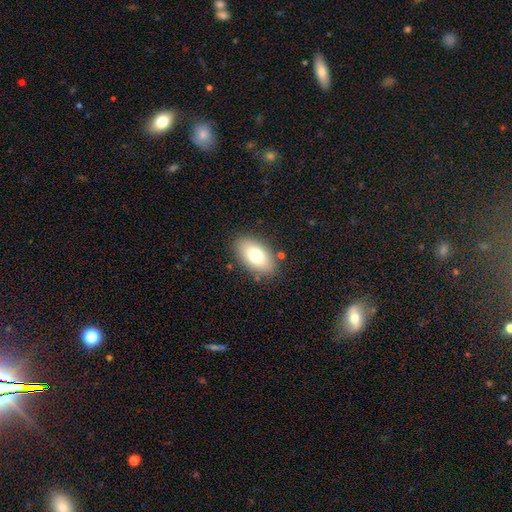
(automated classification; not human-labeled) Smooth or featured? smooth (76%)
How rounded? in between (92%)
Merging? none (85%)